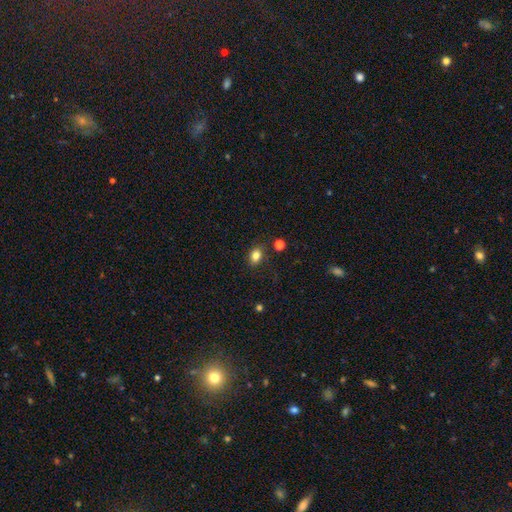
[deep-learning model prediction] smooth_or_featured: smooth (p=0.82) [alt: star or artifact p=0.11]
how_rounded: in between (p=0.66) [alt: round p=0.33]
merging: none (p=0.82) [alt: minor disturbance p=0.12]